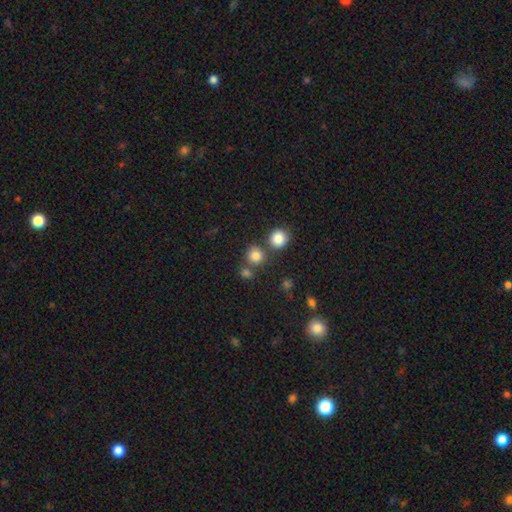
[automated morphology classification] smooth 80%, star or artifact 14%, featured or disk 6%. Down the decision tree: how rounded — round (88%); merging — none (69%).